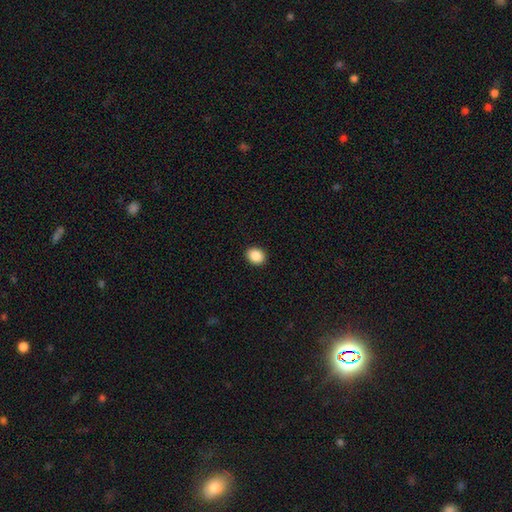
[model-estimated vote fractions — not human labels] Overall: smooth (89%). How rounded: round (52%; in between 47%). Merging: none (92%).